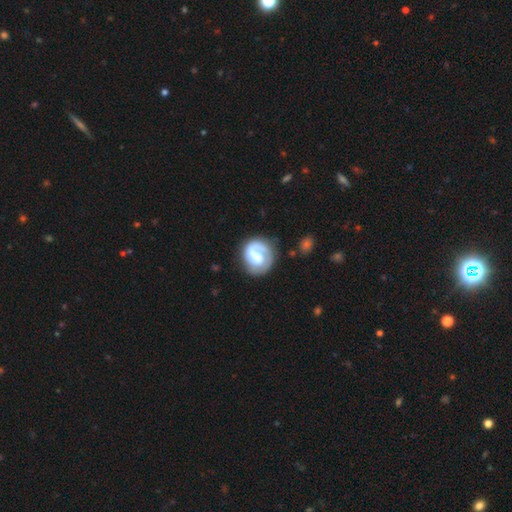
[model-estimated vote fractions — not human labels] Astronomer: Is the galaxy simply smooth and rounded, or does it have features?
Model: featured or disk — 68%.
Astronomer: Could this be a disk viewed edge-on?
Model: no — 98%.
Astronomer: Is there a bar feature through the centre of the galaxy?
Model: weak — 45% (runner-up: no, 32%).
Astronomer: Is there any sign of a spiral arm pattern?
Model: yes — 87%.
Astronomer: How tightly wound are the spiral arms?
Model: tight — 45% (runner-up: medium, 33%).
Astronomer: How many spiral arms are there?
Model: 1 — 66%.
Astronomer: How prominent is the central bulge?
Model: moderate — 41% (runner-up: large, 26%).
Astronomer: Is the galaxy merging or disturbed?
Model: none — 68%.